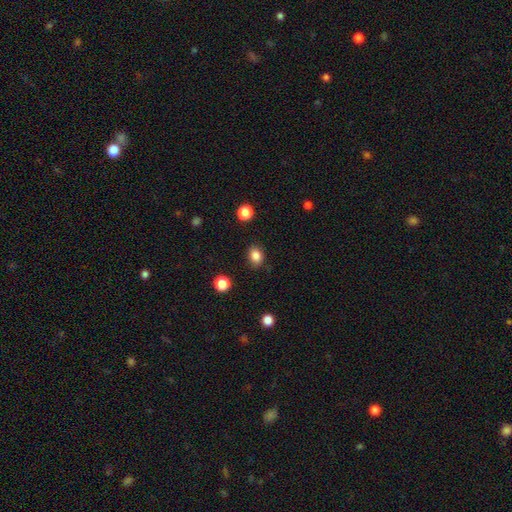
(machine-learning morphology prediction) The model was most divided on "how rounded": in between: 57%, round: 42%, cigar-shaped: 1%. More confident: merging — none (85%); smooth or featured — smooth (85%).